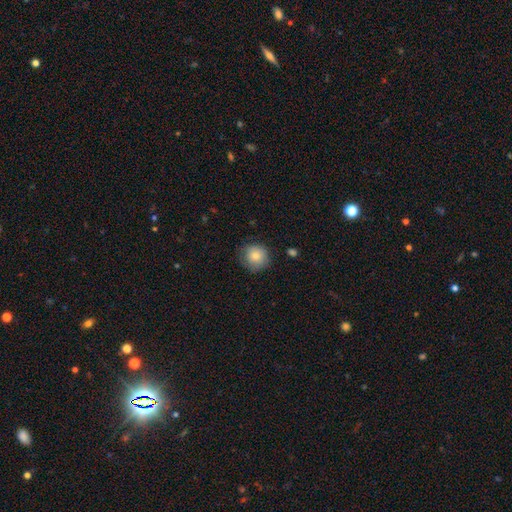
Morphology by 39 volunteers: smooth 79%, featured or disk 10%, star or artifact 10%. Down the decision tree: how rounded — round (90%); merging — none (89%).